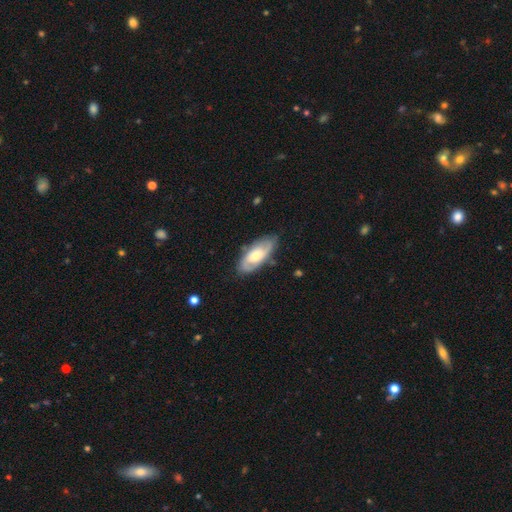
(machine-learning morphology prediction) A featured or disk galaxy (59%) with no bar (62%), spiral arms (85%) and a moderate central bulge (58%). Merging: none (77%).